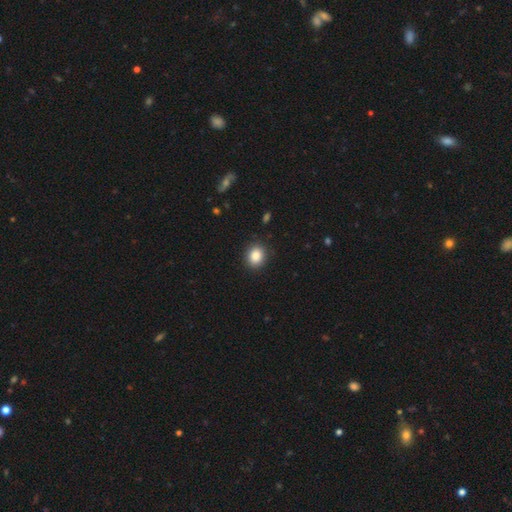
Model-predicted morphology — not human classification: smooth 87%, star or artifact 9%, featured or disk 4%. Down the decision tree: how rounded — round (65%); merging — none (89%).